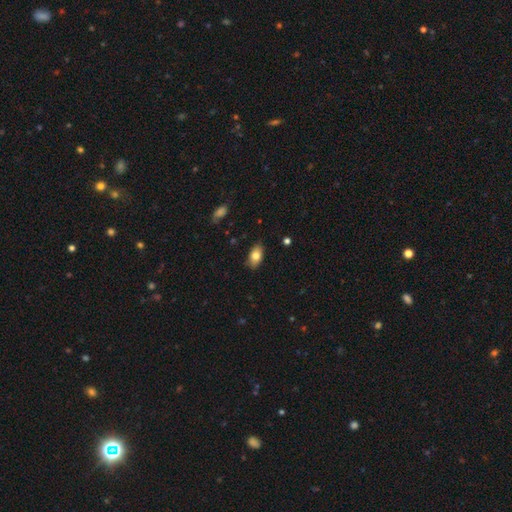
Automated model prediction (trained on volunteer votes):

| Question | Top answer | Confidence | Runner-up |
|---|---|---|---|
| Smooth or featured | smooth | 78% | featured or disk (14%) |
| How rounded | in between | 91% | round (6%) |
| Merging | none | 83% | minor disturbance (14%) |